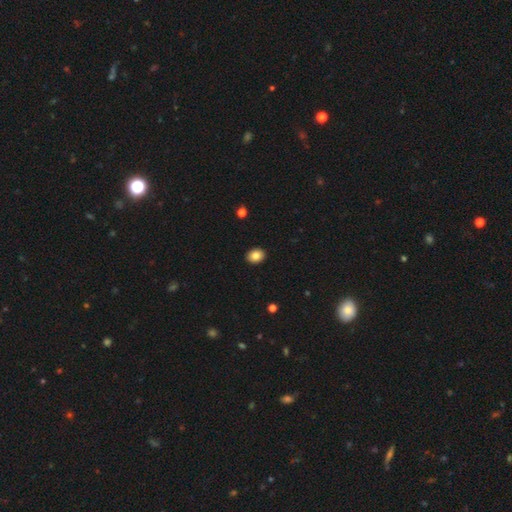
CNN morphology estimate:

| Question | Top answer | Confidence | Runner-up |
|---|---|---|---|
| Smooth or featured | smooth | 84% | star or artifact (9%) |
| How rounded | in between | 55% | round (44%) |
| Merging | none | 92% | minor disturbance (6%) |